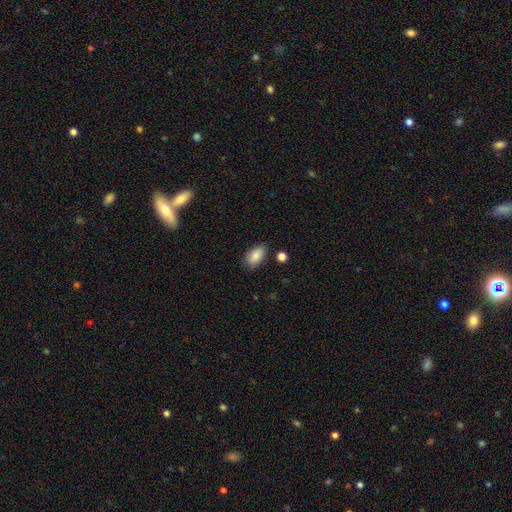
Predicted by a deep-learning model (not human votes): Smooth or featured? smooth (87%)
How rounded? in between (93%)
Merging? none (79%)